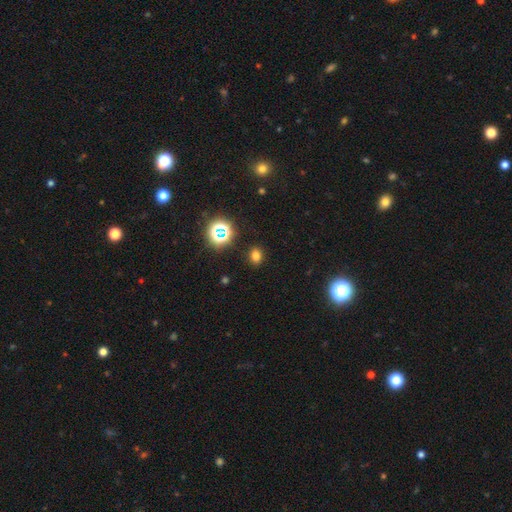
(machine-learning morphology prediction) This is likely a smooth galaxy (73%). How rounded: possibly in between (50%). Merging: clearly none (88%).